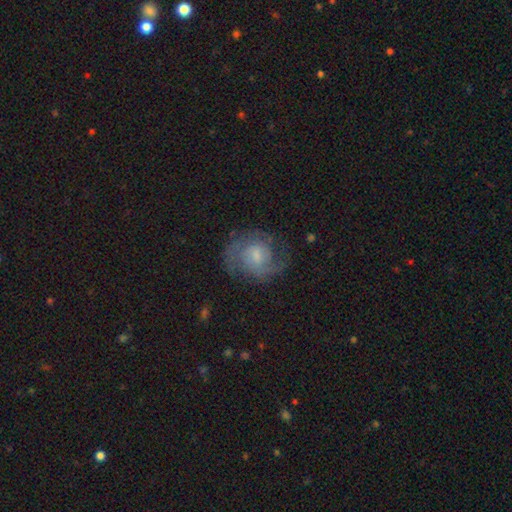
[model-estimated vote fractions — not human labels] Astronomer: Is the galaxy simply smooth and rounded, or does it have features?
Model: featured or disk — 72%.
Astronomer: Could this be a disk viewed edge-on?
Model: no — 98%.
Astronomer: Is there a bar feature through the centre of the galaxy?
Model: weak — 48% (runner-up: no, 45%).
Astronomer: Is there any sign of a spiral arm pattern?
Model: yes — 91%.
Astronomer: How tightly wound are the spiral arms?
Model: medium — 47% (runner-up: tight, 35%).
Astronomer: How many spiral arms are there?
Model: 2 — 61%.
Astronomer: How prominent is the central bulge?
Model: small — 45% (runner-up: moderate, 35%).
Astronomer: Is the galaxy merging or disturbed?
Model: none — 66%.